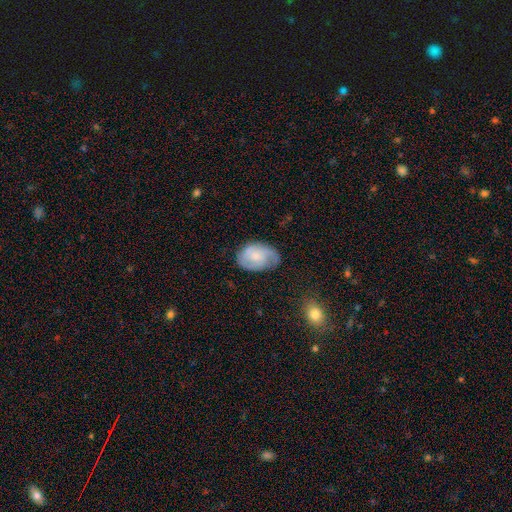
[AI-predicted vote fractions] A featured or disk galaxy (53%) with no bar (67%), spiral arms (84%) and a small central bulge (50%).

Vote fractions:
- Smooth or featured? featured or disk: 53% / smooth: 41% / star or artifact: 6%
- Edge-on disk? no: 97% / yes: 3%
- Bar? no: 67% / weak: 29% / strong: 4%
- Spiral arms? yes: 84% / no: 16%
- Bulge size? small: 50% / moderate: 38% / none: 8% / large: 4% / dominant: 1%
- Merging? none: 59% / minor disturbance: 29% / major disturbance: 11% / merger: 2%